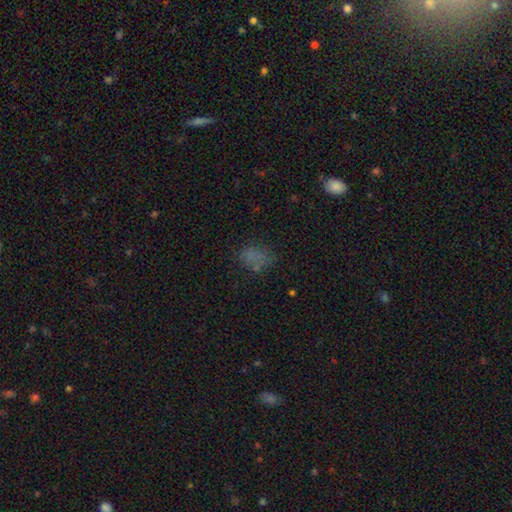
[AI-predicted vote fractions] A smooth galaxy with no disk features (61%) that is in between round and cigar-shaped (71%). Merging: none (62%).